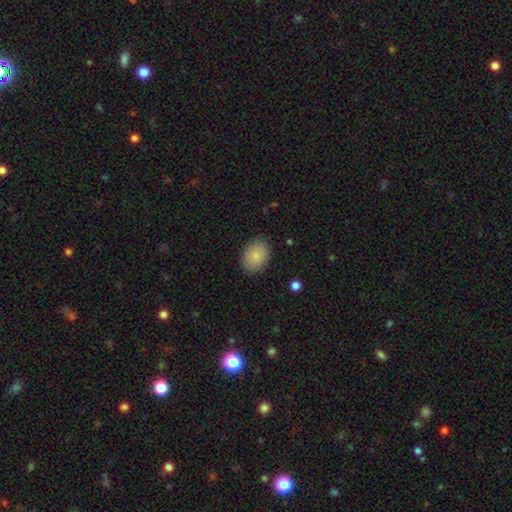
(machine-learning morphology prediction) This is clearly a smooth galaxy (87%). How rounded: likely in between (69%). Merging: clearly none (86%).